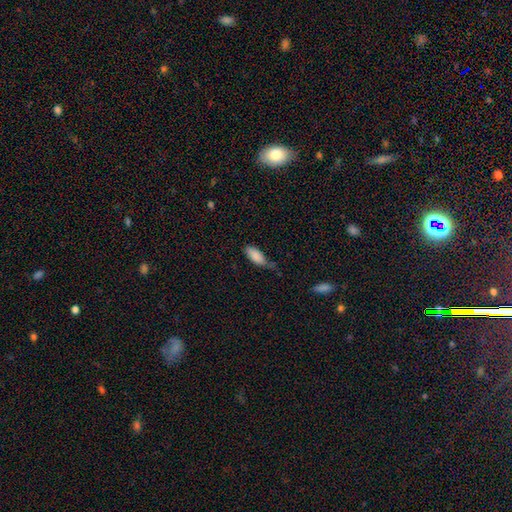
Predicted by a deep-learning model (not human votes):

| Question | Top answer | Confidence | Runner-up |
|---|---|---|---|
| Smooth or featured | smooth | 87% | star or artifact (7%) |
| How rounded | in between | 86% | cigar-shaped (12%) |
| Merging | none | 43% | minor disturbance (40%) |